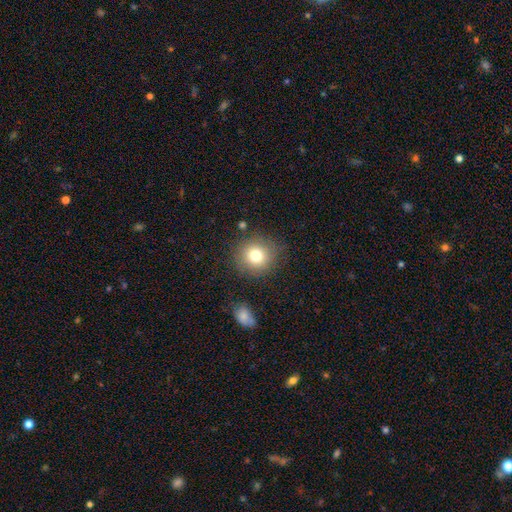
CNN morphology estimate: Smooth or featured? smooth (78%)
How rounded? round (90%)
Merging? none (83%)